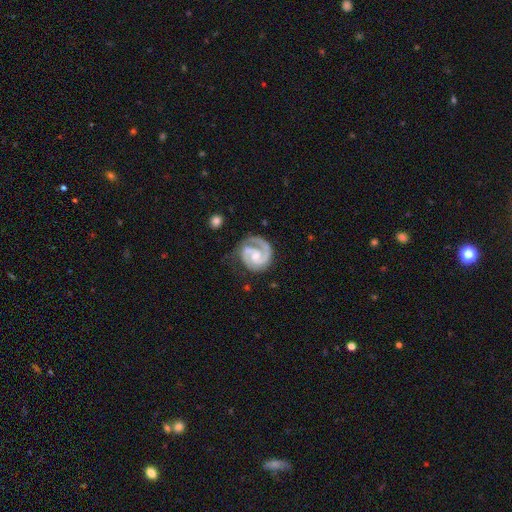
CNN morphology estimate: This is clearly a featured or disk galaxy (91%). It is clearly not viewed edge-on (98%). Bar: possibly no (49%). Spiral arm pattern: clearly yes (98%). Spiral arm count: likely 2 (79%). Spiral winding: possibly tight (54%). Central bulge: possibly moderate (45%, tied with small). Merging: likely none (71%).